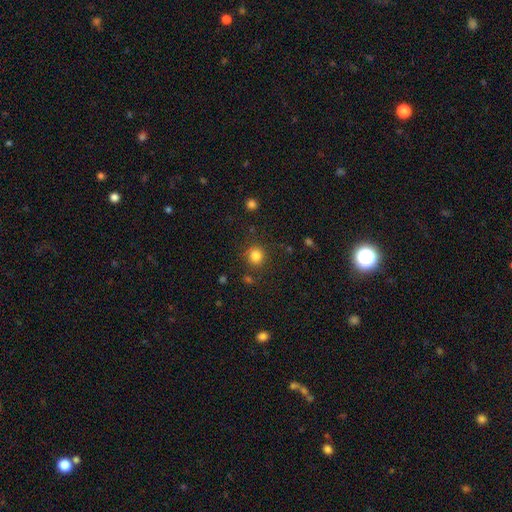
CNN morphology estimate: This is clearly a smooth galaxy (83%). How rounded: clearly round (90%). Merging: clearly none (84%).